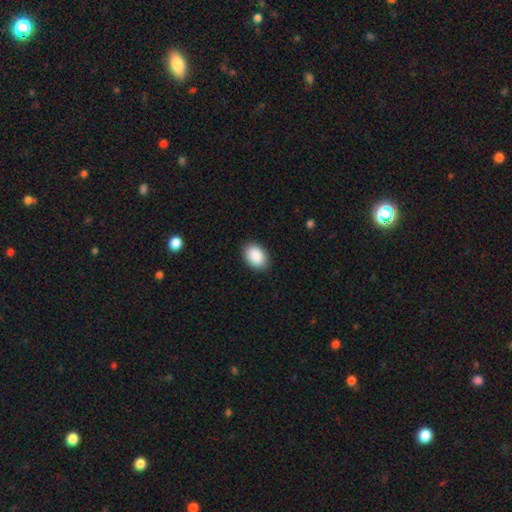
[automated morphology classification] This is clearly a smooth galaxy (90%). How rounded: clearly in between (81%). Merging: clearly none (89%).